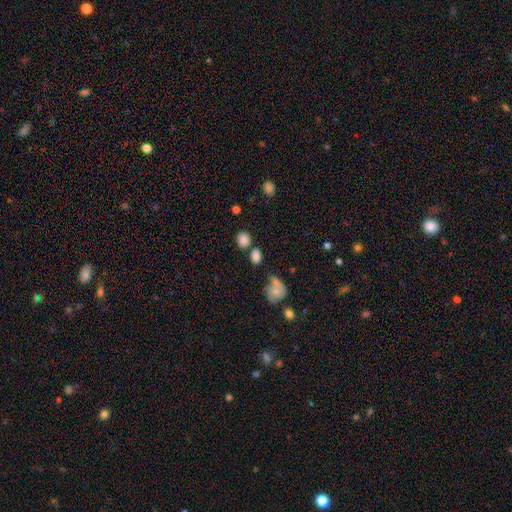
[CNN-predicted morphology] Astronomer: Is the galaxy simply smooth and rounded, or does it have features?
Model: smooth — 82%.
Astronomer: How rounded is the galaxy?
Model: in between — 55% (runner-up: round, 43%).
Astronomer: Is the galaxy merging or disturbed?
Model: none — 60%.